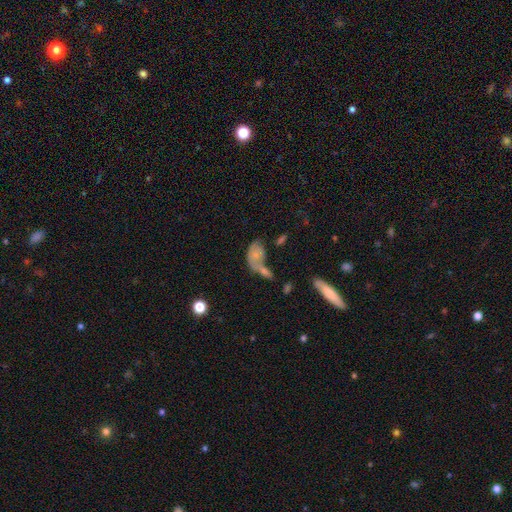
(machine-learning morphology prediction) Q: Smooth or featured?
A: smooth (64%); runner-up: featured or disk (26%)
Q: How rounded?
A: in between (84%); runner-up: round (13%)
Q: Merging?
A: merger (49%); runner-up: none (25%)